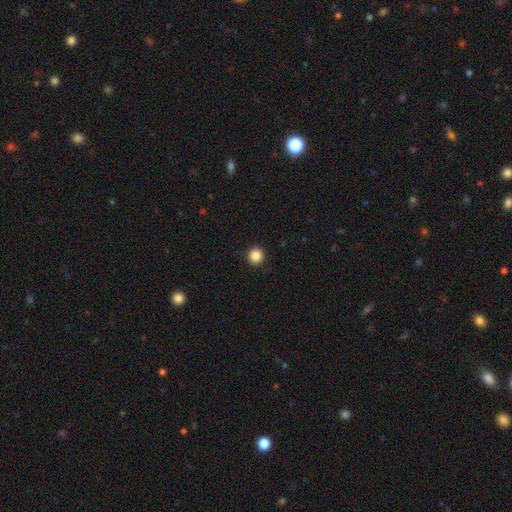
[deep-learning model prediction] Smooth or featured? smooth (87%)
How rounded? round (96%)
Merging? none (93%)